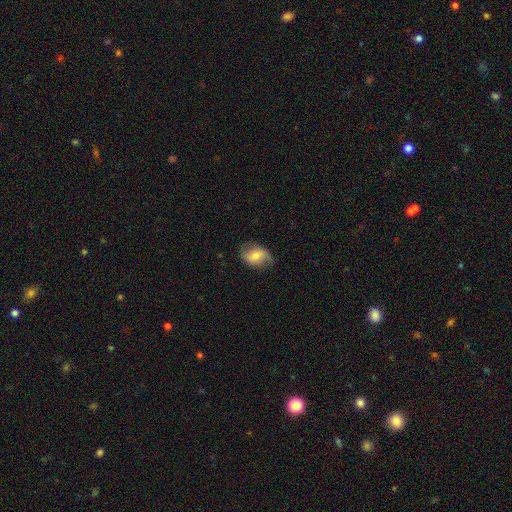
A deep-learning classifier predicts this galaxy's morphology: smooth-or-featured: smooth: 46% | featured or disk: 45% | star or artifact: 8%
  merging: none: 76% | minor disturbance: 18% | major disturbance: 5% | merger: 1%